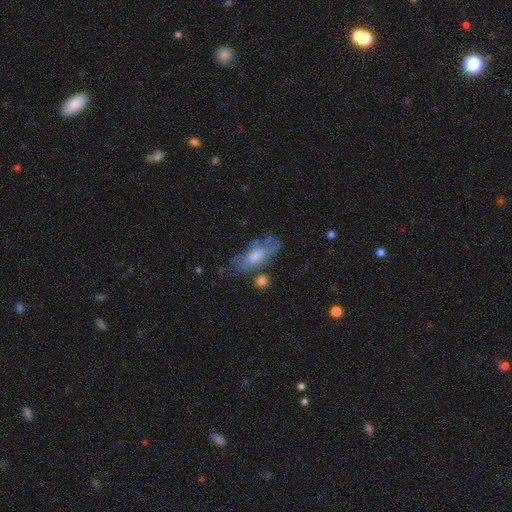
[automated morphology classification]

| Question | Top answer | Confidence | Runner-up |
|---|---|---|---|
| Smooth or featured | featured or disk | 51% | smooth (41%) |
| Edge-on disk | no | 80% | yes (20%) |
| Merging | none | 53% | minor disturbance (25%) |